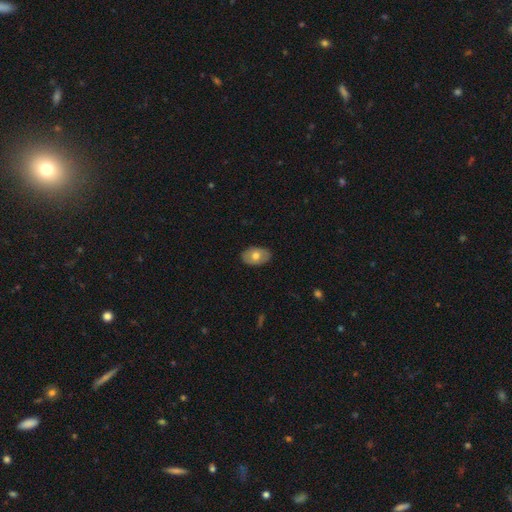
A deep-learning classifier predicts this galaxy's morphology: A smooth galaxy with no disk features (68%) that is in between round and cigar-shaped (88%). Merging: none (86%).